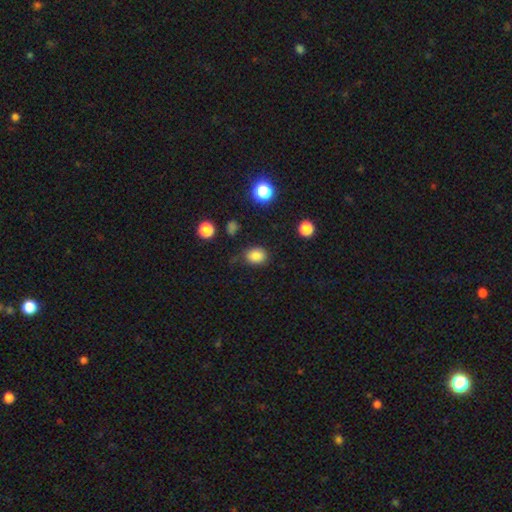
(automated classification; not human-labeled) The model was most divided on "how rounded": in between: 54%, round: 45%, cigar-shaped: 1%. More confident: smooth or featured — smooth (83%); merging — none (75%).